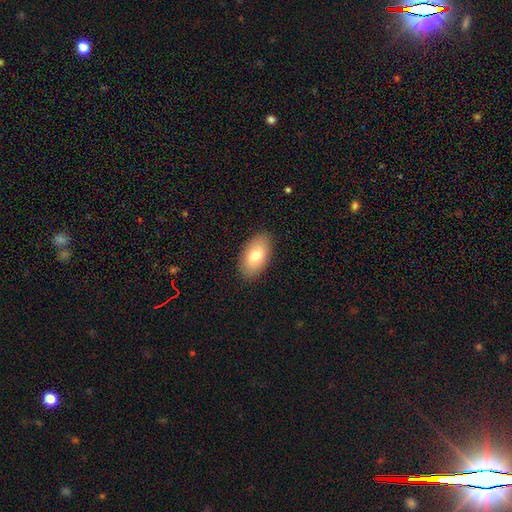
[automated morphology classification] Q: Smooth or featured?
A: smooth (77%); runner-up: featured or disk (17%)
Q: How rounded?
A: in between (94%); runner-up: round (4%)
Q: Merging?
A: none (88%); runner-up: minor disturbance (9%)